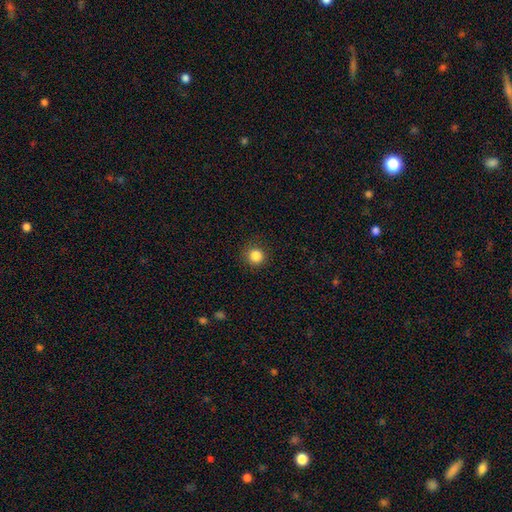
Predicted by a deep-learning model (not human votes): A smooth galaxy with no disk features (85%) that is round (93%). Merging: none (89%).